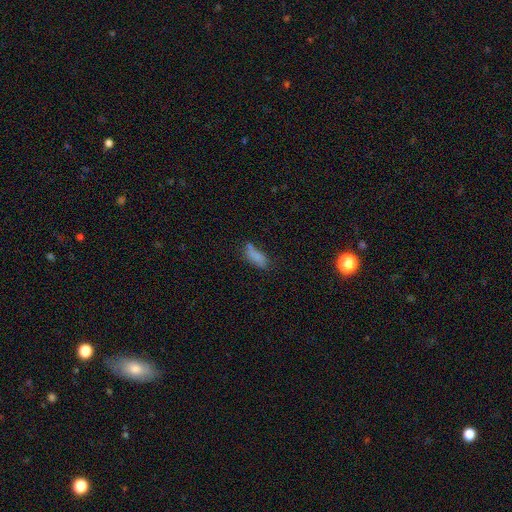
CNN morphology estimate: Smooth or featured? Predicted: smooth (p=0.73). How rounded? Predicted: in between (p=0.70). Merging? Predicted: none (p=0.42).